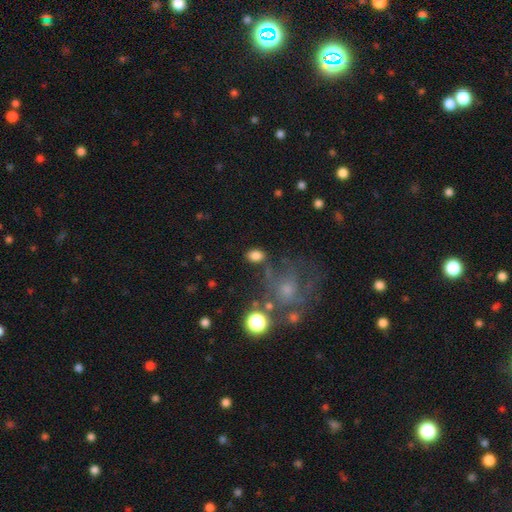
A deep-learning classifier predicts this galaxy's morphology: A smooth galaxy with no disk features (80%) that is in between round and cigar-shaped (81%).

Vote fractions:
- Smooth or featured? smooth: 80% / star or artifact: 12% / featured or disk: 7%
- How rounded? in between: 81% / round: 18% / cigar-shaped: 2%
- Merging? none: 74% / minor disturbance: 14% / major disturbance: 7% / merger: 6%